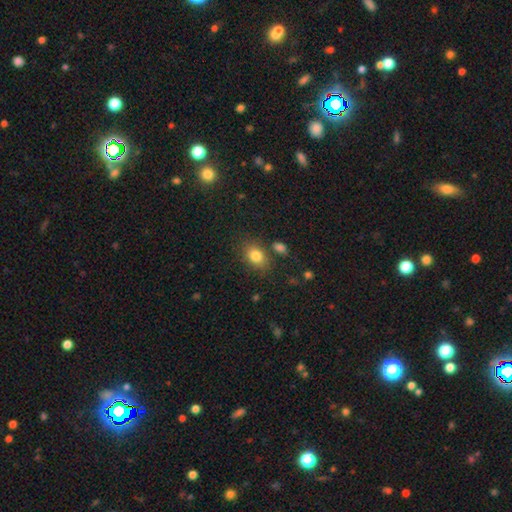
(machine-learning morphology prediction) smooth 82%, star or artifact 10%, featured or disk 8%. Down the decision tree: how rounded — in between (69%); merging — none (75%).